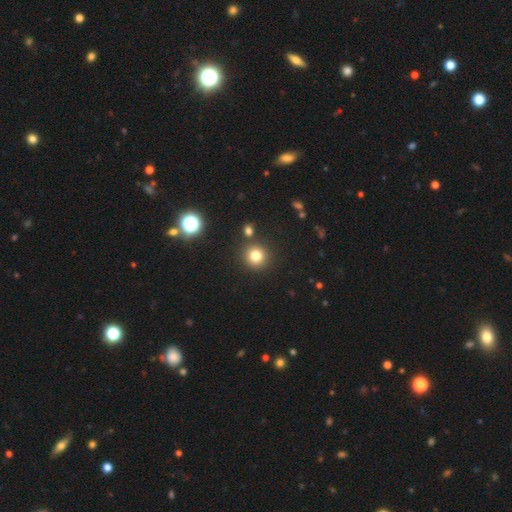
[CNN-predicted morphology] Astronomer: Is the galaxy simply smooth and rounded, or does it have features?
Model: smooth — 79%.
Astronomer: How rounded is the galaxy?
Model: round — 93%.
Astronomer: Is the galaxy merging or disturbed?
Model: none — 86%.